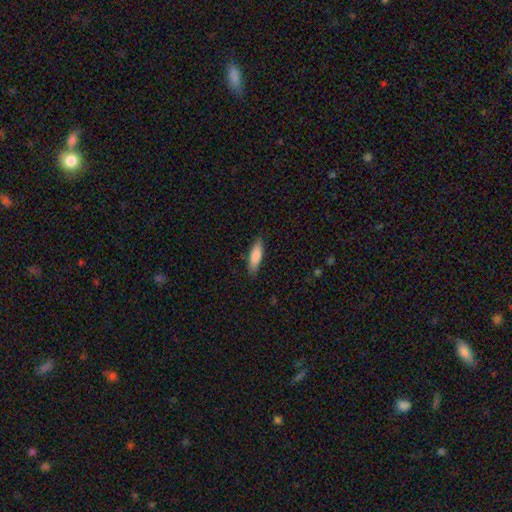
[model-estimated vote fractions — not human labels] Smooth or featured: smooth — 85% (featured or disk — 9%)
How rounded: cigar-shaped — 49% (tied with in between — 49%)
Merging: none — 85% (minor disturbance — 11%)